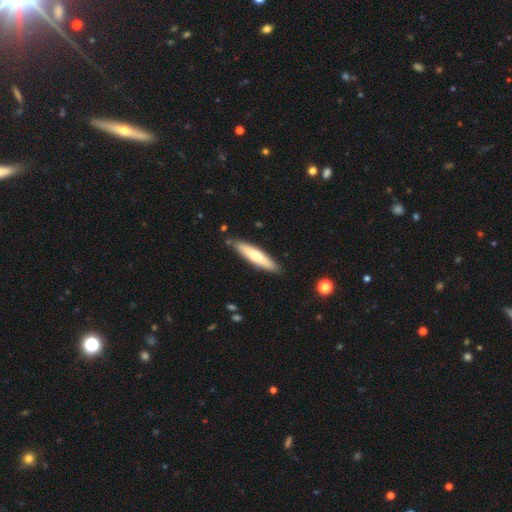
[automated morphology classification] smooth 62%, featured or disk 34%, star or artifact 5%. Down the decision tree: how rounded — cigar-shaped (79%); merging — none (87%).